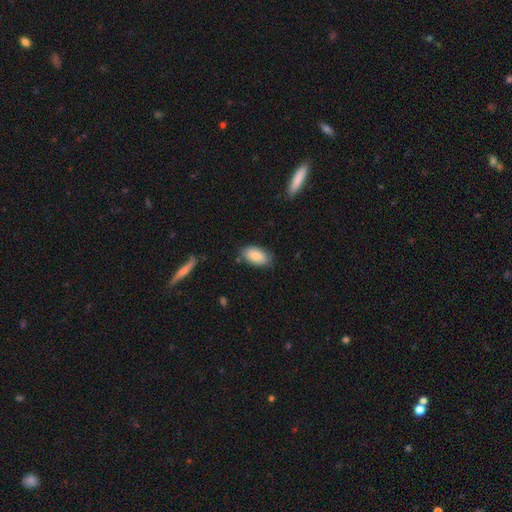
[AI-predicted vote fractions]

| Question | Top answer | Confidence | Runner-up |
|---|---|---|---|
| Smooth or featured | smooth | 84% | featured or disk (9%) |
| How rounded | in between | 94% | round (4%) |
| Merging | none | 79% | minor disturbance (16%) |